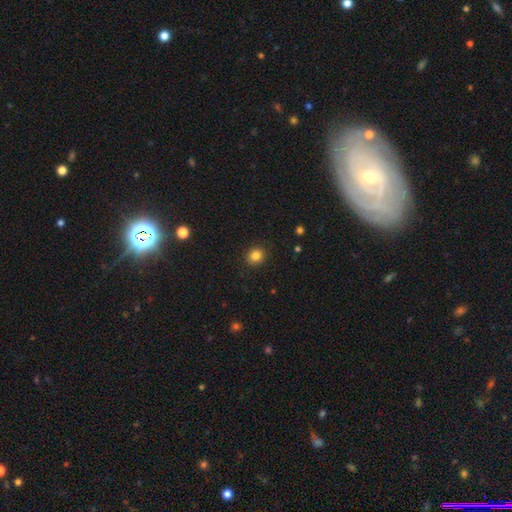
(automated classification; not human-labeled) smooth 84%, star or artifact 11%, featured or disk 5%. Down the decision tree: how rounded — round (77%); merging — none (91%).